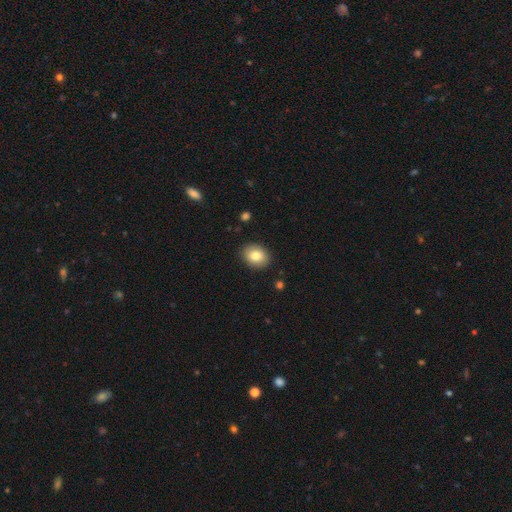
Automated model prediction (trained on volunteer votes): This appears to be a smooth galaxy with no disk features (83%) that is in between round and cigar-shaped (56%). Merging: none (89%).